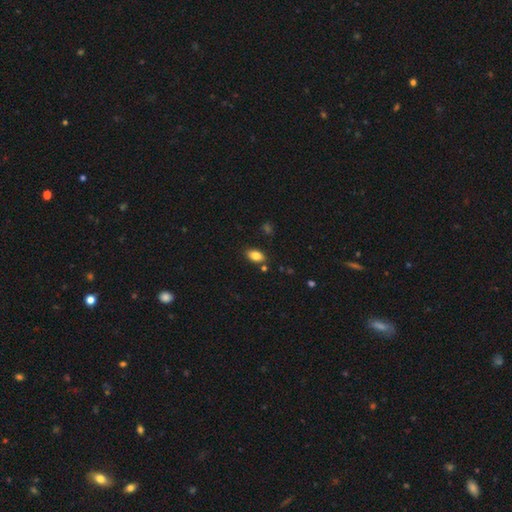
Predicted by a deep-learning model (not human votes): Smooth or featured? Predicted: smooth (p=0.84). How rounded? Predicted: in between (p=0.90). Merging? Predicted: none (p=0.83).